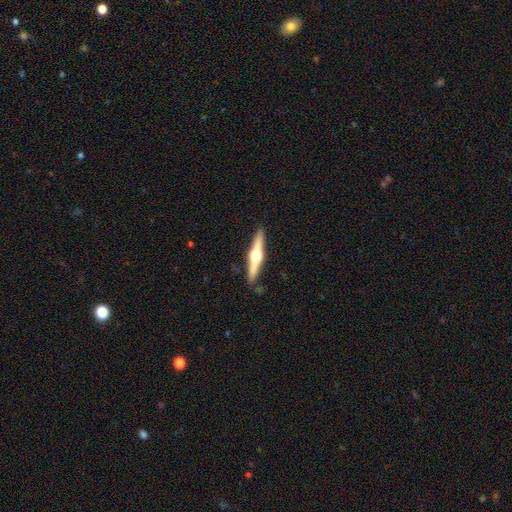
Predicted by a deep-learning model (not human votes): featured or disk 73%, smooth 22%, star or artifact 5%. Down the decision tree: edge-on disk — yes (98%); edge-on bulge — rounded (95%); merging — none (89%).